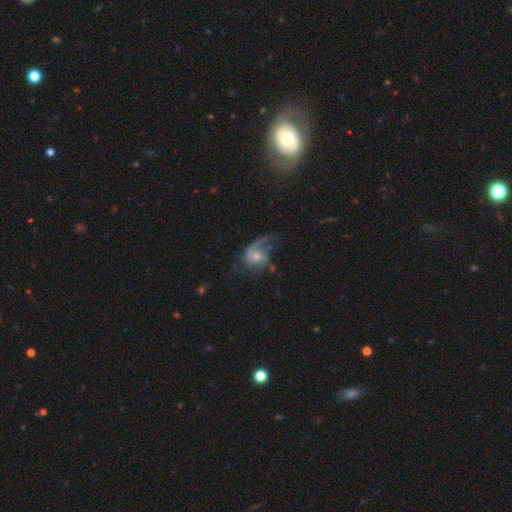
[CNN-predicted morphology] Overall: featured or disk (70%). Edge-on disk: no (97%). Bar: no (71%). Spiral arms: yes (88%). Spiral arm count: 1 (52%; 2 35%). Spiral winding: loose (45%; medium 37%). Bulge size: moderate (47%; small 45%). Merging: none (38%; major disturbance 36%).